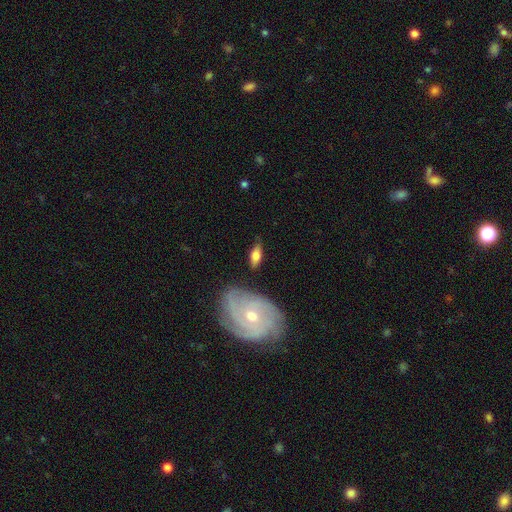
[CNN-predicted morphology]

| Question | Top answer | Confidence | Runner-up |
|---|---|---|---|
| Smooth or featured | smooth | 65% | featured or disk (28%) |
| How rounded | in between | 76% | cigar-shaped (20%) |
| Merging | none | 75% | minor disturbance (17%) |